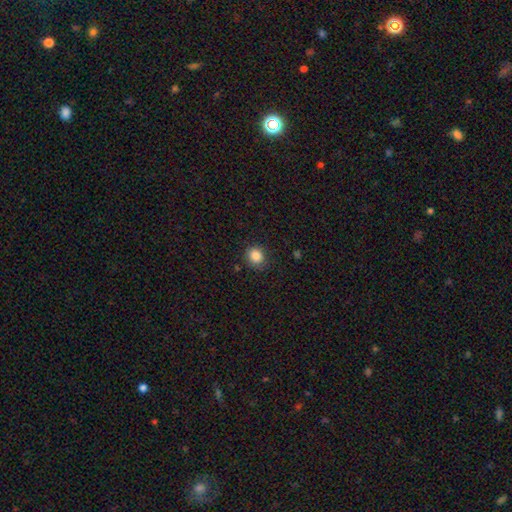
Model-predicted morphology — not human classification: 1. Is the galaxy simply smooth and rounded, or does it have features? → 86% smooth, 10% star or artifact, 4% featured or disk.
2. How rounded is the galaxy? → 79% round, 20% in between, 1% cigar-shaped.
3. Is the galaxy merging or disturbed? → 84% none, 11% minor disturbance, 3% major disturbance, 1% merger.